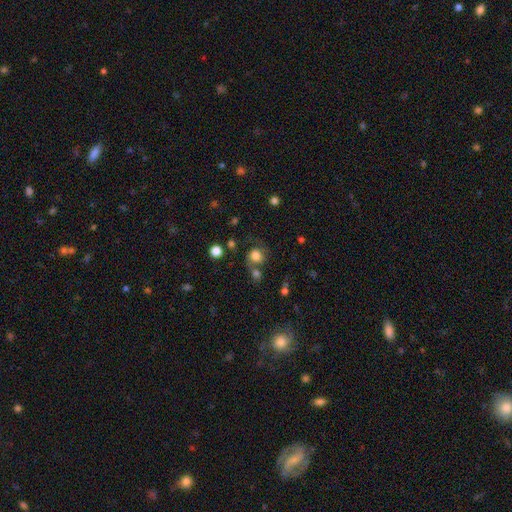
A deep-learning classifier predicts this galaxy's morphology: This is likely a smooth galaxy (72%). How rounded: likely round (79%). Merging: possibly none (52%).